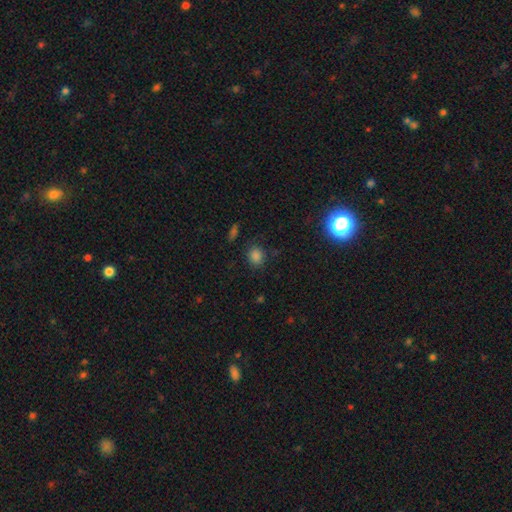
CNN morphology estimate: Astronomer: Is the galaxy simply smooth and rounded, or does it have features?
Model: smooth — 80%.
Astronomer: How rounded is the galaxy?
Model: round — 69%.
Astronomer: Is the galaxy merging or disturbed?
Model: none — 79%.